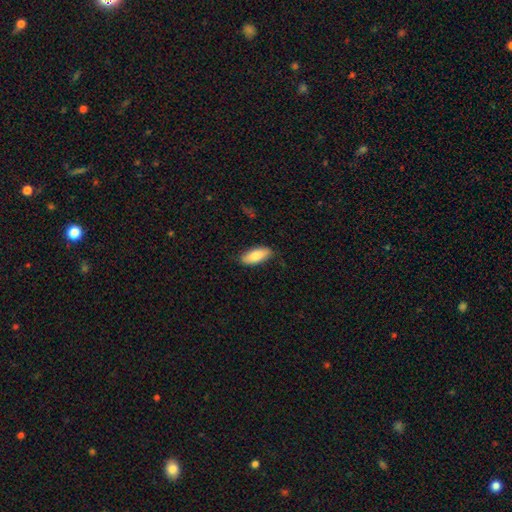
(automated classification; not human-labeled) A smooth galaxy with no disk features (83%) that is in between round and cigar-shaped (82%).

Vote fractions:
- Smooth or featured? smooth: 83% / featured or disk: 11% / star or artifact: 6%
- How rounded? in between: 82% / cigar-shaped: 16% / round: 2%
- Merging? none: 83% / minor disturbance: 13% / major disturbance: 2% / merger: 1%